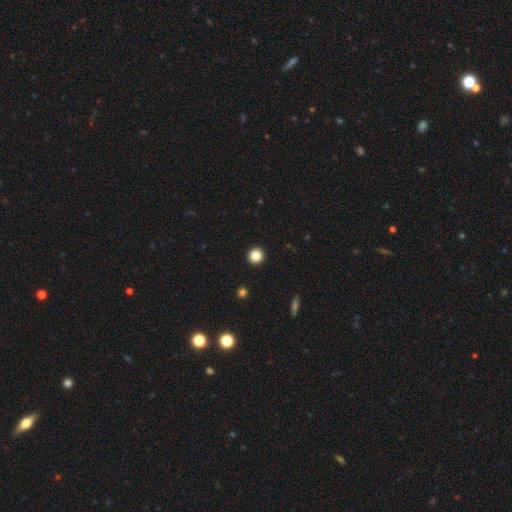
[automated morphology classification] This is clearly a smooth galaxy (85%). How rounded: clearly round (96%). Merging: clearly none (94%).